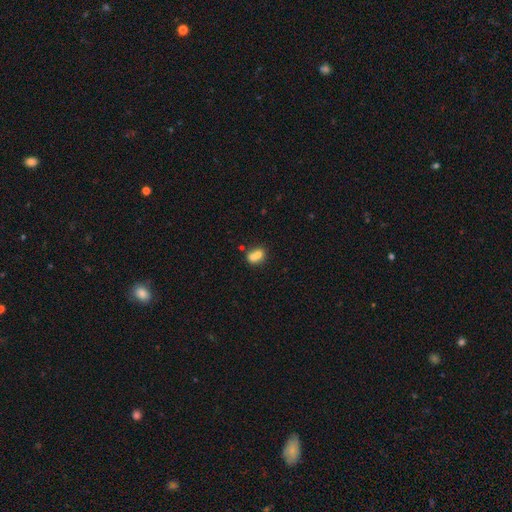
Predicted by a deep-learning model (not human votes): smooth 69%, featured or disk 21%, star or artifact 10%. Down the decision tree: how rounded — round (65%); merging — merger (66%).